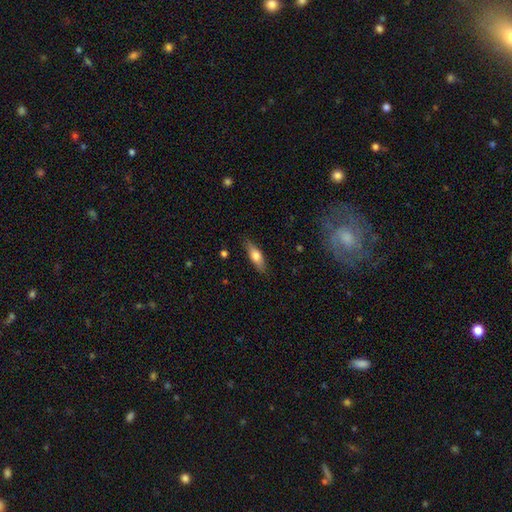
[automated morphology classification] This is likely a smooth galaxy (66%). How rounded: possibly in between (52%). Merging: clearly none (83%).